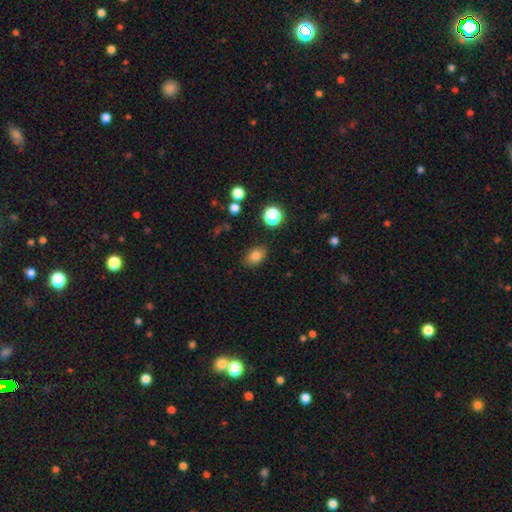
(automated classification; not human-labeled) The model was most divided on "how rounded": in between: 78%, round: 21%, cigar-shaped: 1%. More confident: merging — none (84%); smooth or featured — smooth (80%).